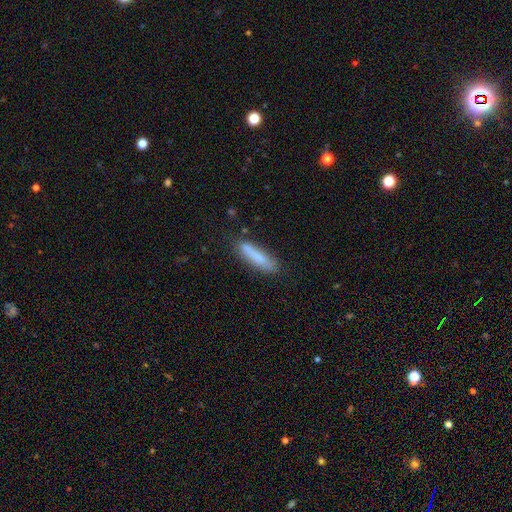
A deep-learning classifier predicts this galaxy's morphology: smooth 80%, featured or disk 14%, star or artifact 7%. Down the decision tree: how rounded — cigar-shaped (78%); merging — none (75%).